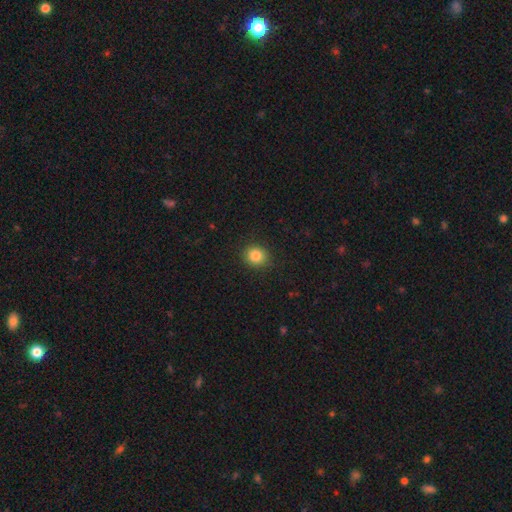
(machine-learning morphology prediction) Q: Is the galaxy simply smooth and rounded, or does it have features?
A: smooth — 84%.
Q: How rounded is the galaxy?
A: round — 83%.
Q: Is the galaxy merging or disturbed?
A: none — 90%.